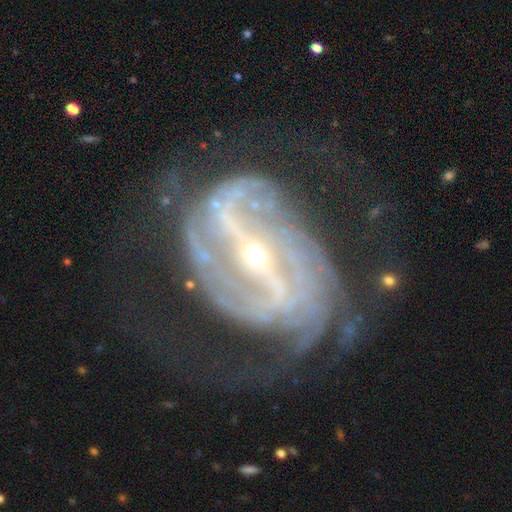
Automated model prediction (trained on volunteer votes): Smooth or featured?
  - featured or disk: 91% *
  - star or artifact: 6%
  - smooth: 3%
Edge-on disk?
  - no: 96% *
  - yes: 4%
Bar?
  - strong: 74% *
  - weak: 19%
  - no: 7%
Spiral arms?
  - yes: 95% *
  - no: 5%
Spiral winding?
  - medium: 42% *
  - tight: 36%
  - loose: 22%
Spiral arm count?
  - 2: 47% *
  - can't tell: 19%
  - 3: 12%
  - 4: 10%
  - more than 4: 6%
  - 1: 6%
Bulge size?
  - small: 81% *
  - moderate: 16%
  - large: 1%
  - dominant: 1%
  - none: 1%
Merging?
  - none: 52% *
  - major disturbance: 28%
  - minor disturbance: 18%
  - merger: 2%